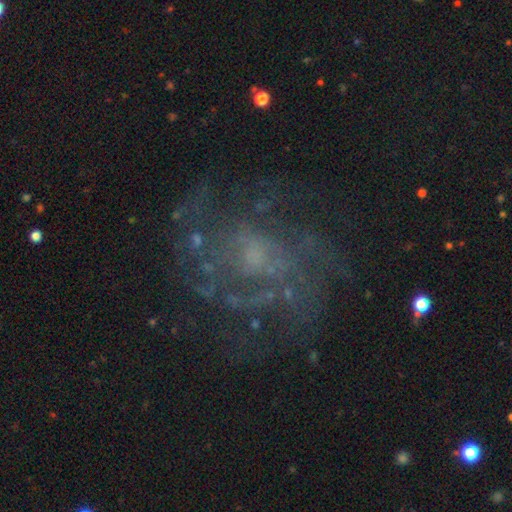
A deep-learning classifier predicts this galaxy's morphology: A featured or disk galaxy (76%) with no bar (69%), medium (41%) spiral arms (79%) and a small central bulge (43%). Merging: none (65%).